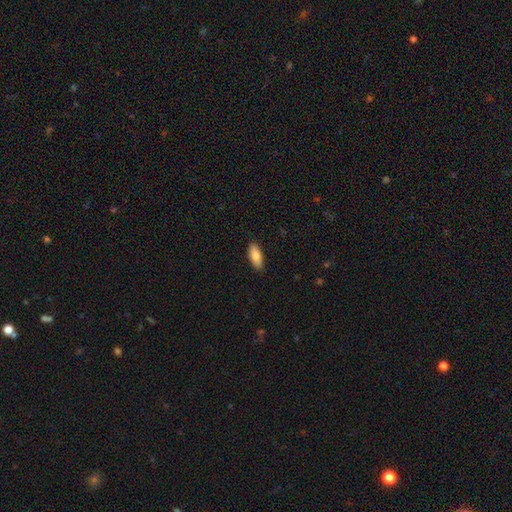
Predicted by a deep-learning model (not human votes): This is clearly a smooth galaxy (81%). How rounded: clearly in between (80%). Merging: clearly none (89%).